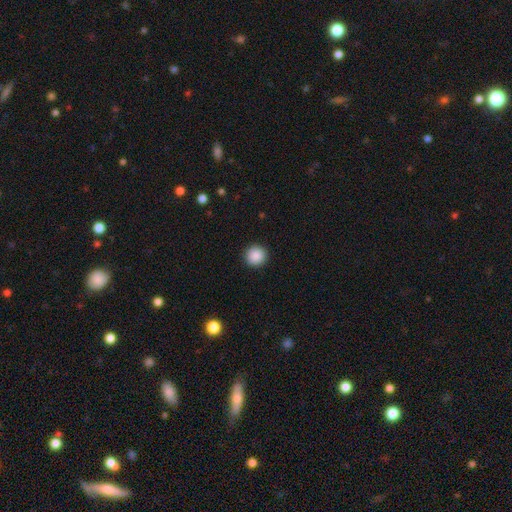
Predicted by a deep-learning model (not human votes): A smooth galaxy with no disk features (89%) that is round (94%).

Vote fractions:
- Smooth or featured? smooth: 89% / star or artifact: 8% / featured or disk: 3%
- How rounded? round: 94% / in between: 5% / cigar-shaped: 1%
- Merging? none: 92% / minor disturbance: 5% / major disturbance: 2% / merger: 1%